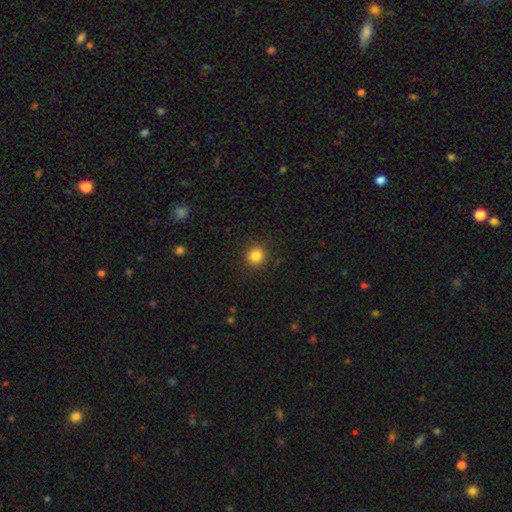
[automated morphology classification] A smooth galaxy with no disk features (84%) that is round (93%).

Vote fractions:
- Smooth or featured? smooth: 84% / star or artifact: 11% / featured or disk: 4%
- How rounded? round: 93% / in between: 7% / cigar-shaped: 1%
- Merging? none: 91% / minor disturbance: 6% / major disturbance: 2% / merger: 1%